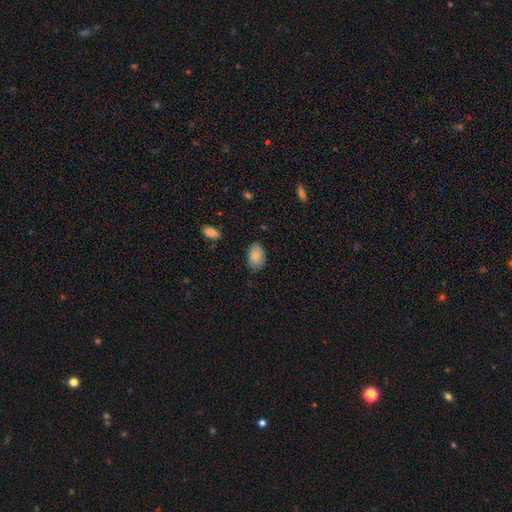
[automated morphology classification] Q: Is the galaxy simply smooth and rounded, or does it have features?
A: smooth — 79%.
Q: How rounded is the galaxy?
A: in between — 88%.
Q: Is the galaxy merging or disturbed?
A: none — 80%.